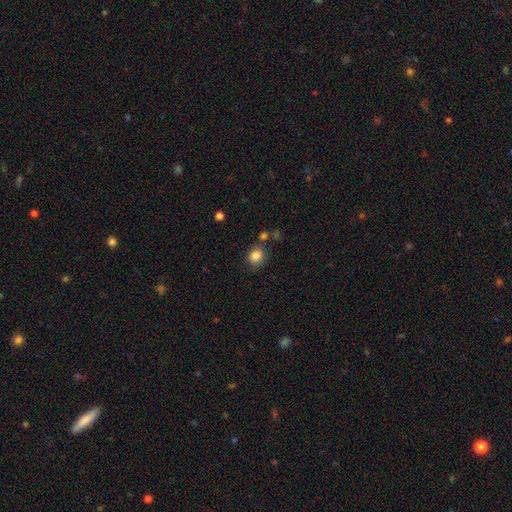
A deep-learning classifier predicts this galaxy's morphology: type=smooth (85%); roundness=round (72%); merging=none (73%).